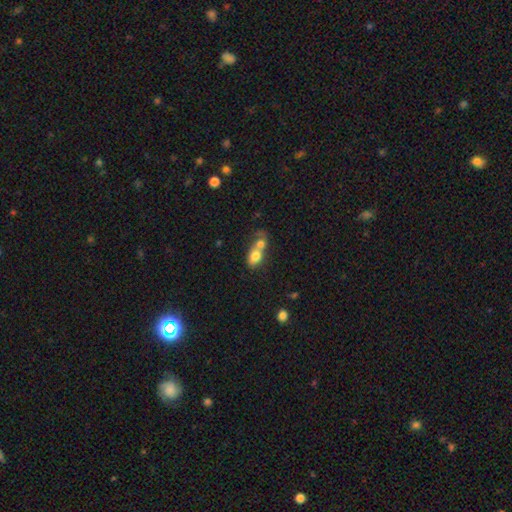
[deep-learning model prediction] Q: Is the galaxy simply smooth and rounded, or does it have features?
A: smooth — 75%.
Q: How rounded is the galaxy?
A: in between — 70%.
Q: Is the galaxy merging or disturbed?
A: merger — 72%.